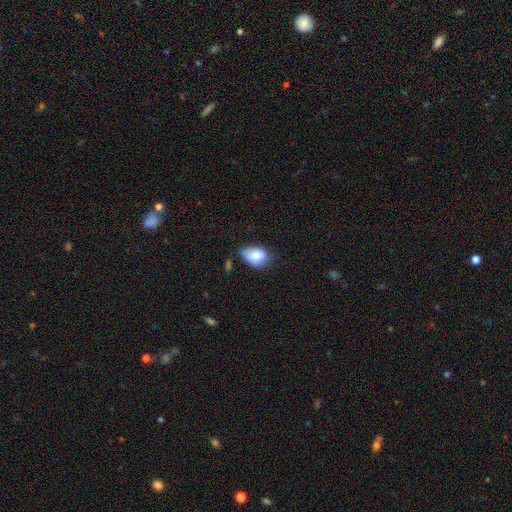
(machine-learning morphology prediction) This is likely a smooth galaxy (80%). How rounded: clearly in between (83%). Merging: possibly none (49%).